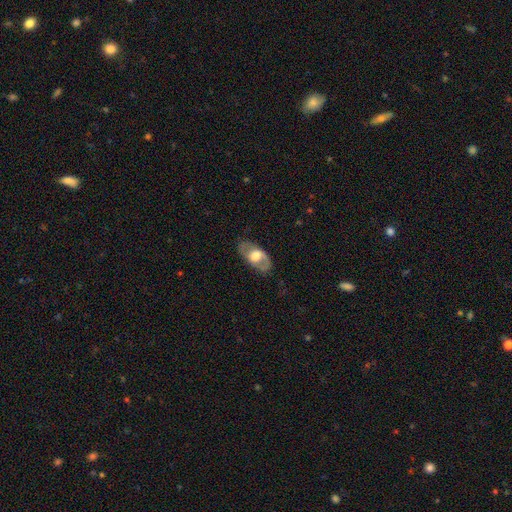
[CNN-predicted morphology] This appears to be a featured or disk galaxy (59%) with no bar (60%), spiral arms (51%) and a large central bulge (48%). Merging: none (78%).